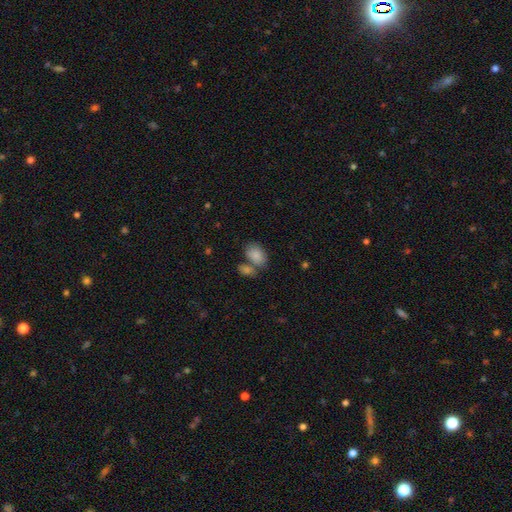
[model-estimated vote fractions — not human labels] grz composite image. It shows a smooth galaxy with no disk features (85%) that is in between round and cigar-shaped (84%). Merging: none (46%).